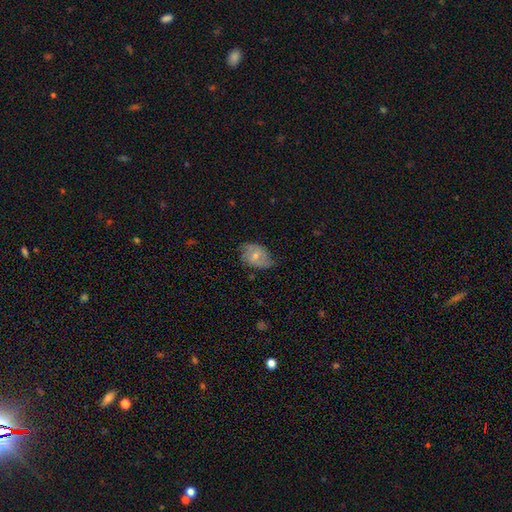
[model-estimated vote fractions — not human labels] The model was most divided on "smooth or featured": smooth: 51%, featured or disk: 42%, star or artifact: 7%. More confident: how rounded — in between (77%); merging — none (60%).